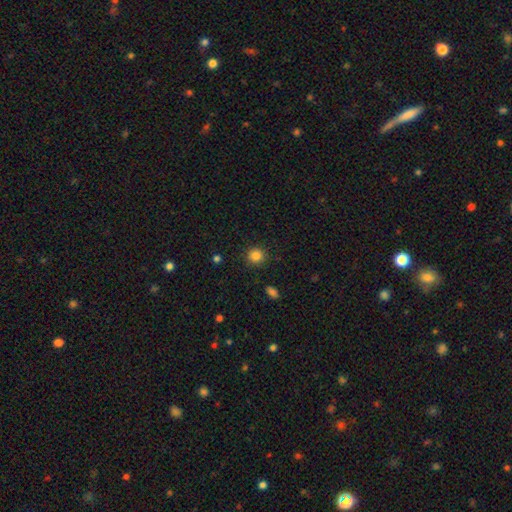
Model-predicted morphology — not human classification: A smooth galaxy with no disk features (84%) that is round (91%).

Vote fractions:
- Smooth or featured? smooth: 84% / star or artifact: 11% / featured or disk: 4%
- How rounded? round: 91% / in between: 8% / cigar-shaped: 1%
- Merging? none: 90% / minor disturbance: 7% / major disturbance: 2% / merger: 1%